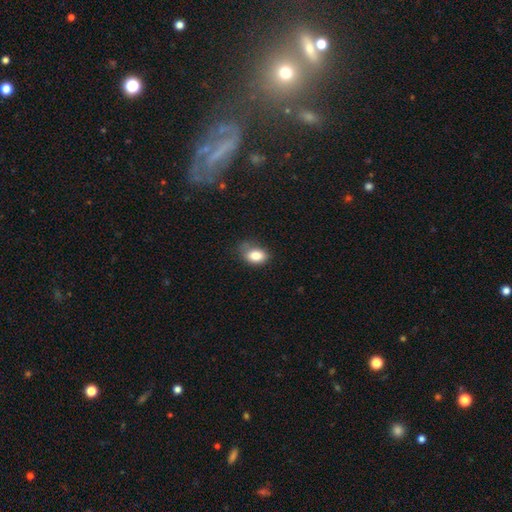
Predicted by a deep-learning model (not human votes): Smooth or featured? Predicted: smooth (p=0.84). How rounded? Predicted: in between (p=0.80). Merging? Predicted: none (p=0.55).